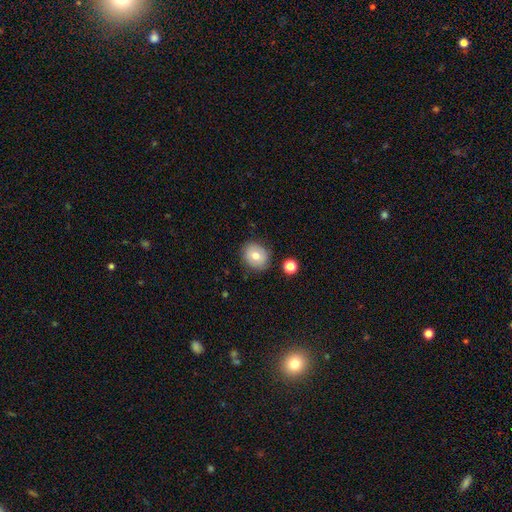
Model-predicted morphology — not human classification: Overall: smooth (72%). How rounded: round (64%; in between 35%). Merging: none (82%).